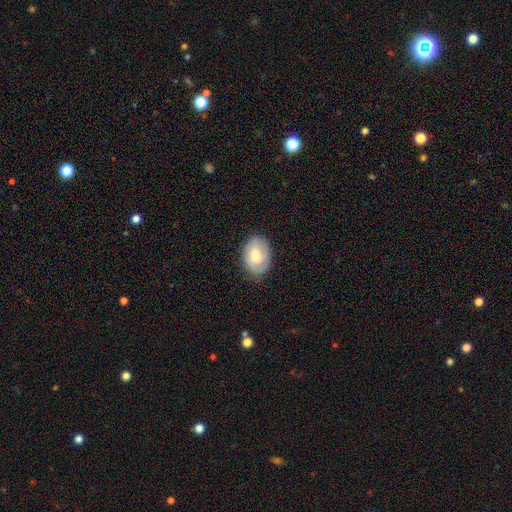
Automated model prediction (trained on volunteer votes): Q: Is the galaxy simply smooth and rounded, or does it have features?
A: smooth — 53%.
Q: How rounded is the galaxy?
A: in between — 81%.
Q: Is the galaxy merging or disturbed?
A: none — 78%.